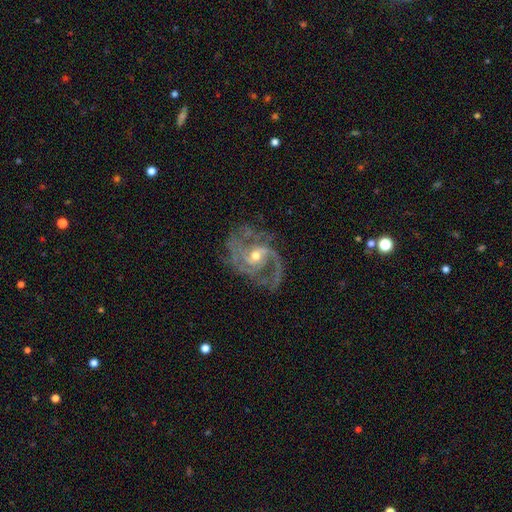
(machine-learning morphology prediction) featured or disk 90%, star or artifact 5%, smooth 4%. Down the decision tree: edge-on disk — no (98%); bar — no (49%); spiral arms — yes (97%); spiral arm count — 2 (48%); spiral winding — medium (50%); bulge size — moderate (63%); merging — none (61%).